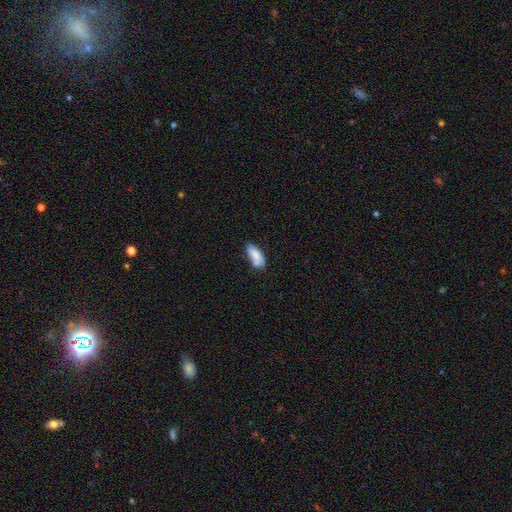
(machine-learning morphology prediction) Smooth or featured?
  - smooth: 81% *
  - featured or disk: 12%
  - star or artifact: 7%
How rounded?
  - in between: 81% *
  - cigar-shaped: 16%
  - round: 2%
Merging?
  - none: 53% *
  - minor disturbance: 25%
  - merger: 15%
  - major disturbance: 6%